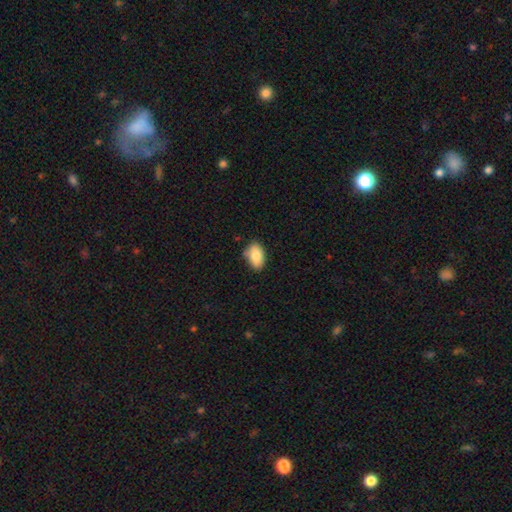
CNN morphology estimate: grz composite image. It shows a smooth galaxy with no disk features (86%) that is in between round and cigar-shaped (91%). Merging: none (74%).